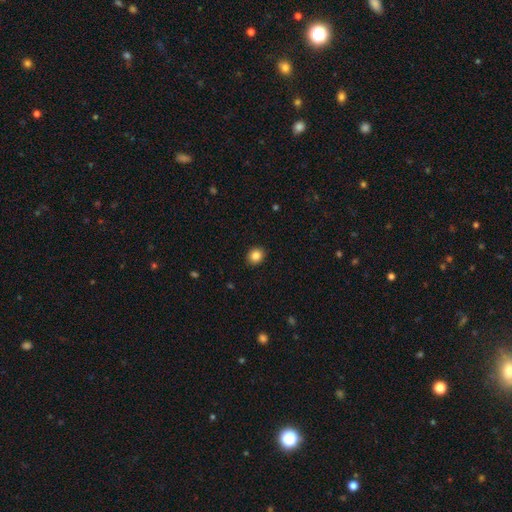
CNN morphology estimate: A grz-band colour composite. It shows a smooth galaxy with no disk features (85%) that is round (71%). Merging: none (92%).